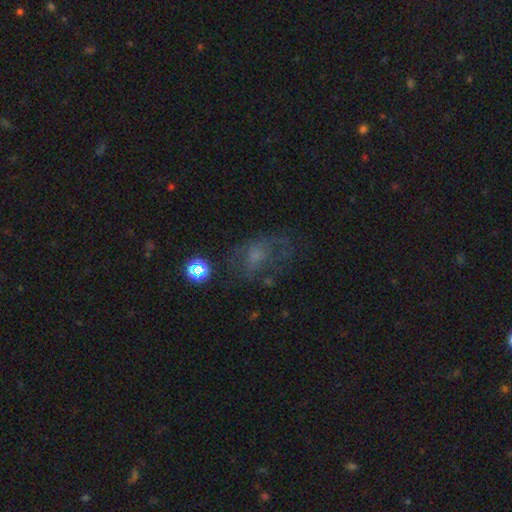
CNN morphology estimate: Smooth or featured? smooth (40%)
Merging? none (43%)